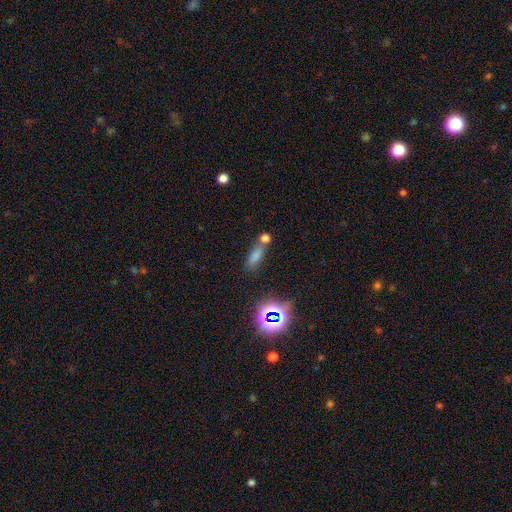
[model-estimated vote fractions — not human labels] Q: Smooth or featured?
A: smooth (67%); runner-up: star or artifact (23%)
Q: How rounded?
A: in between (58%); runner-up: cigar-shaped (34%)
Q: Merging?
A: none (51%); runner-up: merger (32%)